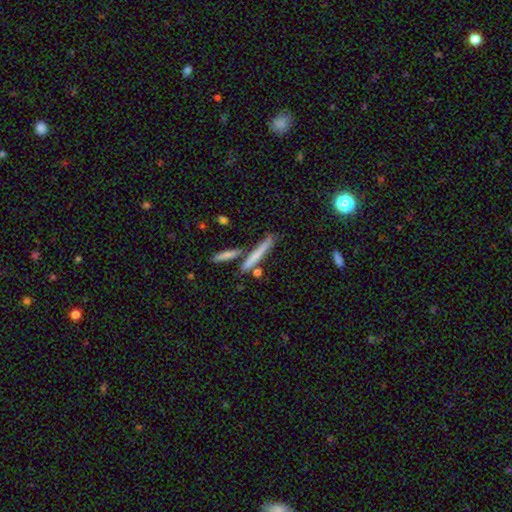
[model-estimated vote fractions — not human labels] smooth_or_featured: smooth (p=0.60) [alt: featured or disk p=0.33]
how_rounded: cigar-shaped (p=0.93) [alt: in between p=0.04]
merging: none (p=0.72) [alt: merger p=0.13]